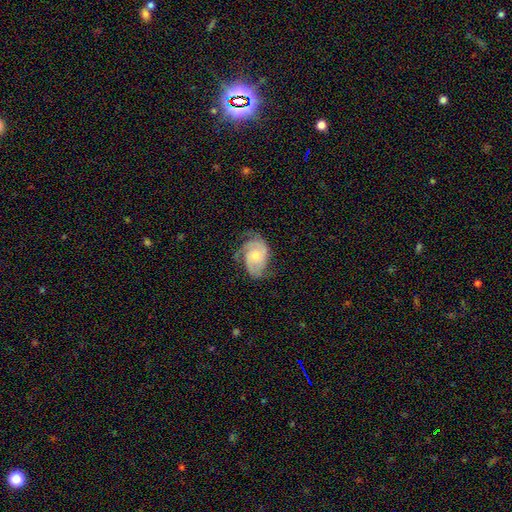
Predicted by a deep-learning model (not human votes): This is clearly a featured or disk galaxy (80%). It is clearly not viewed edge-on (97%). Bar: likely no (72%). Spiral arm pattern: clearly yes (95%). Spiral arm count: likely 2 (61%). Spiral winding: marginally medium (43%). Central bulge: possibly moderate (51%). Merging: possibly none (57%).